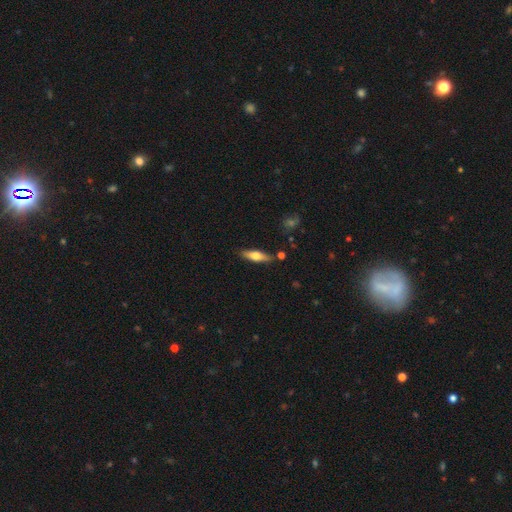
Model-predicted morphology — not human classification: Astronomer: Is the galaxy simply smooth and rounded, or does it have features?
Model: smooth — 58% (runner-up: featured or disk, 36%).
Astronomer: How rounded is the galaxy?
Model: cigar-shaped — 61% (runner-up: in between, 37%).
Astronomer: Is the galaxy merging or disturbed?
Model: none — 84%.